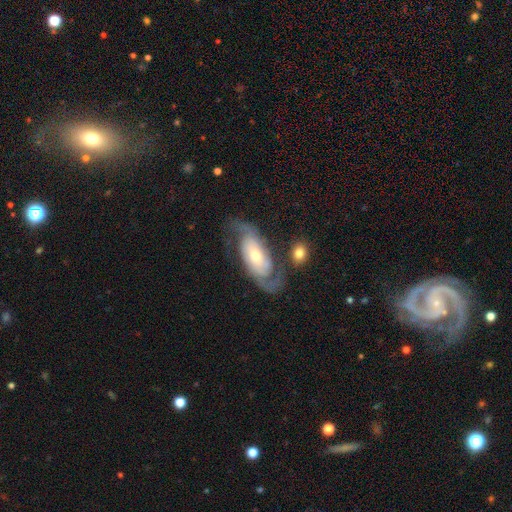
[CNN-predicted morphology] Overall: featured or disk (83%). Edge-on disk: no (94%). Bar: no (55%; weak 31%). Spiral arms: yes (95%). Spiral arm count: 2 (86%). Spiral winding: medium (45%; tight 28%). Bulge size: moderate (54%; small 35%). Merging: none (60%).